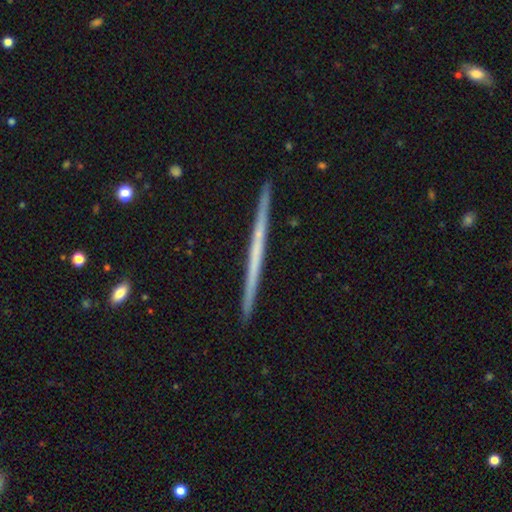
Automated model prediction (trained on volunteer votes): smooth_or_featured: featured or disk (p=0.61) [alt: smooth p=0.34]
disk_edge_on: yes (p=0.98) [alt: no p=0.02]
edge_on_bulge: none (p=0.92) [alt: rounded p=0.05]
merging: none (p=0.93) [alt: minor disturbance p=0.05]